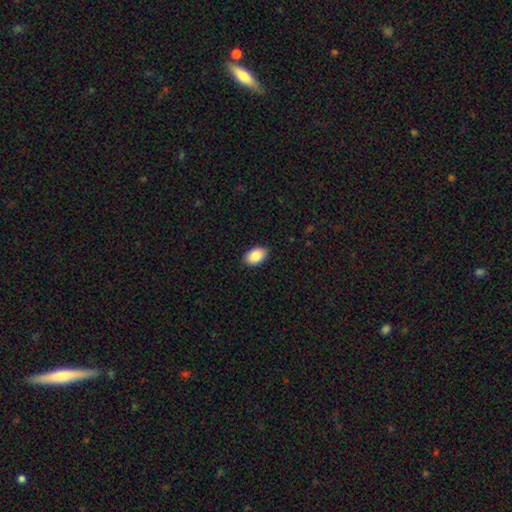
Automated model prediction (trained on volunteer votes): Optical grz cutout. It shows a smooth galaxy with no disk features (89%) that is in between round and cigar-shaped (90%). Merging: none (88%).